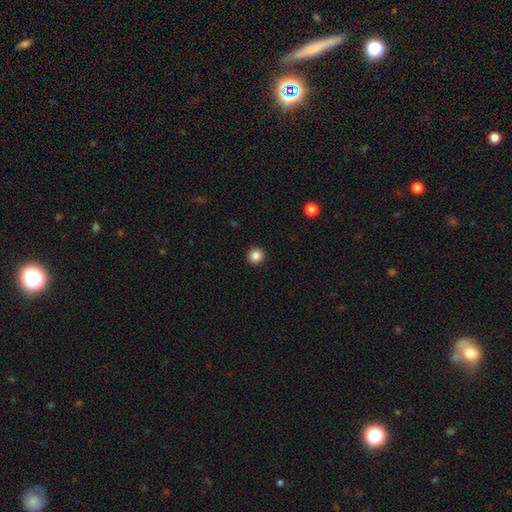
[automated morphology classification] type=smooth (85%); roundness=round (95%); merging=none (93%).